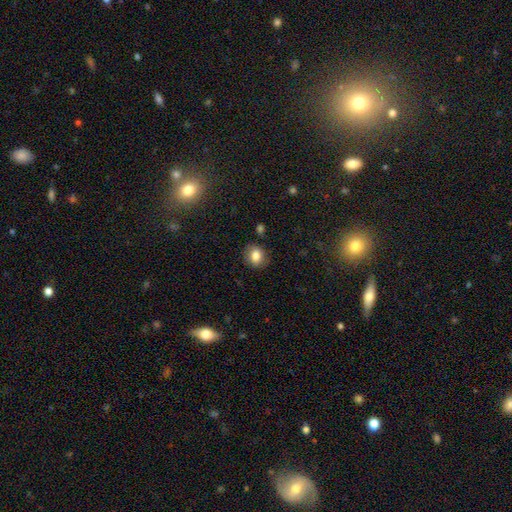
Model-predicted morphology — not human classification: smooth 80%, featured or disk 10%, star or artifact 10%. Down the decision tree: how rounded — round (60%); merging — none (85%).